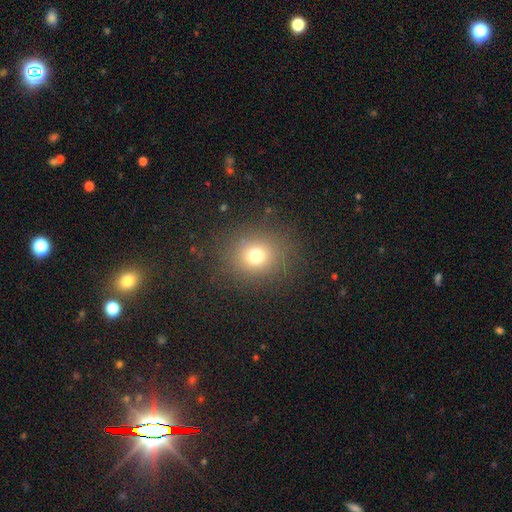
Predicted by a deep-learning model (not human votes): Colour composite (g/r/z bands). It shows a smooth galaxy with no disk features (74%) that is round (77%). Merging: none (86%).